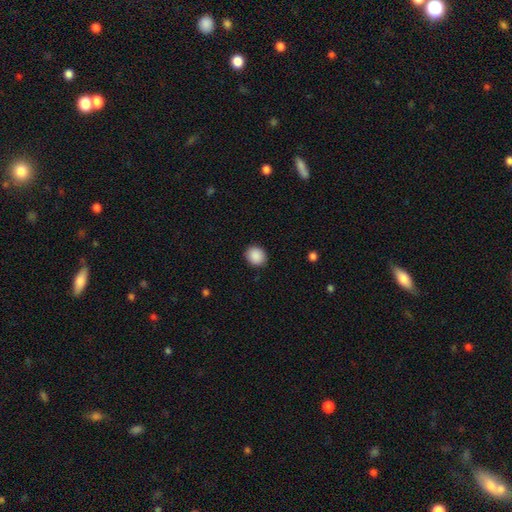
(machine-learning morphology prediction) smooth-or-featured: smooth: 90% | star or artifact: 8% | featured or disk: 3%
  how-rounded: round: 72% | in between: 27% | cigar-shaped: 1%
  merging: none: 89% | minor disturbance: 8% | major disturbance: 2% | merger: 1%